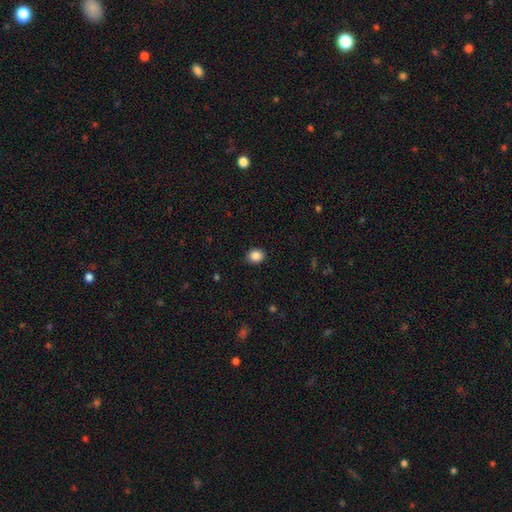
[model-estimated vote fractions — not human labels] smooth_or_featured: smooth (p=0.87) [alt: star or artifact p=0.10]
how_rounded: round (p=0.63) [alt: in between p=0.36]
merging: none (p=0.88) [alt: minor disturbance p=0.09]